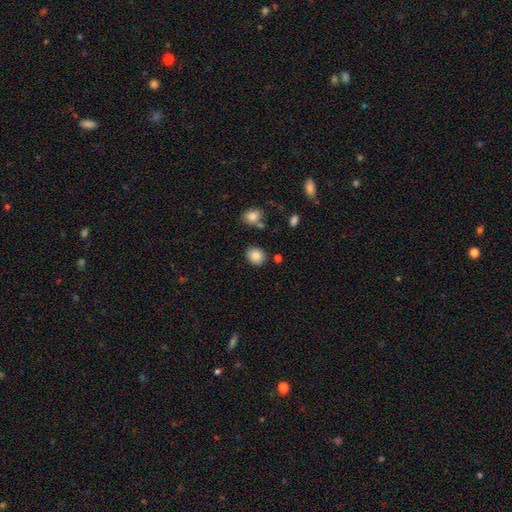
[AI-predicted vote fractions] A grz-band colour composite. It shows a smooth galaxy with no disk features (86%) that is round (57%). Merging: none (82%).